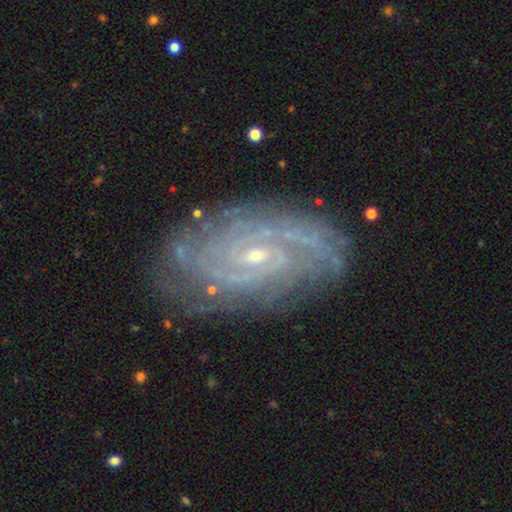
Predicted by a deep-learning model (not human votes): smooth-or-featured: featured or disk: 87% | star or artifact: 7% | smooth: 6%
  disk-edge-on: no: 96% | yes: 4%
    bar: no: 56% | weak: 36% | strong: 9%
    has-spiral-arms: yes: 97% | no: 3%
      spiral-winding: tight: 69% | medium: 25% | loose: 6%
      spiral-arm-count: can't tell: 32% | 2: 19% | 4: 15% | 3: 14% | more than 4: 12% | 1: 8%
    bulge-size: small: 80% | moderate: 16% | none: 2% | large: 1% | dominant: 1%
  merging: none: 80% | minor disturbance: 14% | major disturbance: 4% | merger: 1%